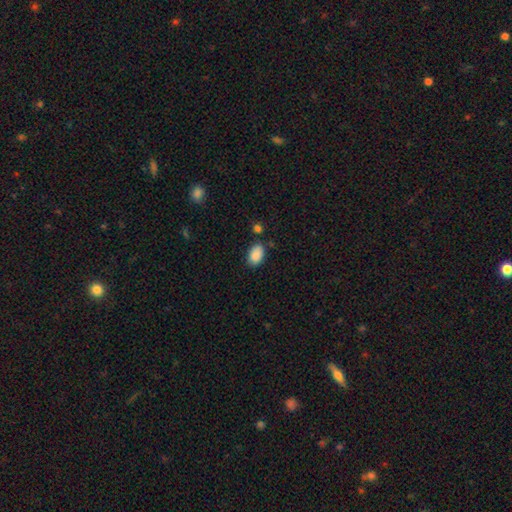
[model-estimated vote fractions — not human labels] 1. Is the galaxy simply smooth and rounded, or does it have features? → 89% smooth, 7% star or artifact, 4% featured or disk.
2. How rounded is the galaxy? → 88% in between, 11% round, 1% cigar-shaped.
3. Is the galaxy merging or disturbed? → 76% none, 17% minor disturbance, 4% merger, 4% major disturbance.